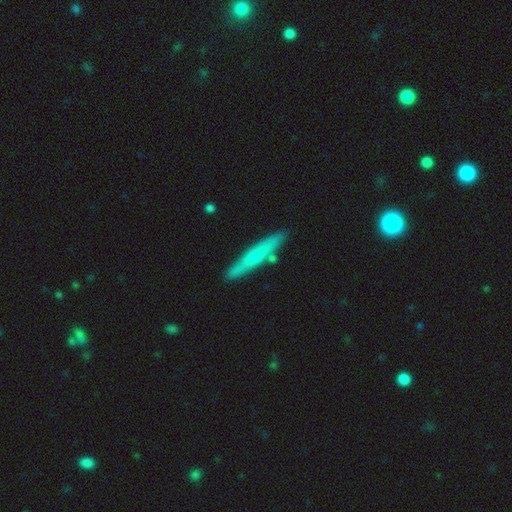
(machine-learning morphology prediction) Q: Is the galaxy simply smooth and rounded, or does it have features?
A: smooth — 55%.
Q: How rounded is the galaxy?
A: cigar-shaped — 93%.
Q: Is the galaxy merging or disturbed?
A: none — 84%.